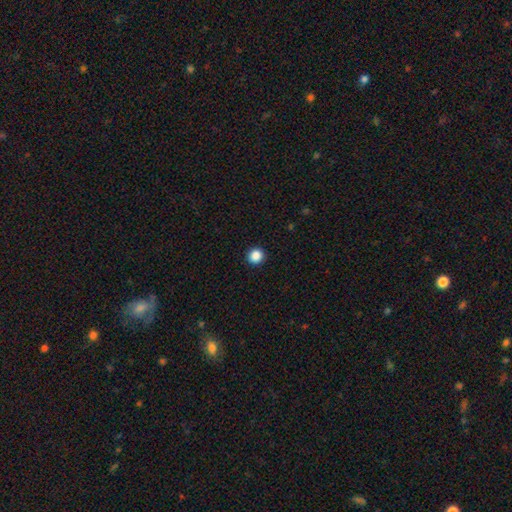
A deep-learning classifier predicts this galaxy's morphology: A smooth galaxy with no disk features (87%) that is round (93%). Merging: none (93%).